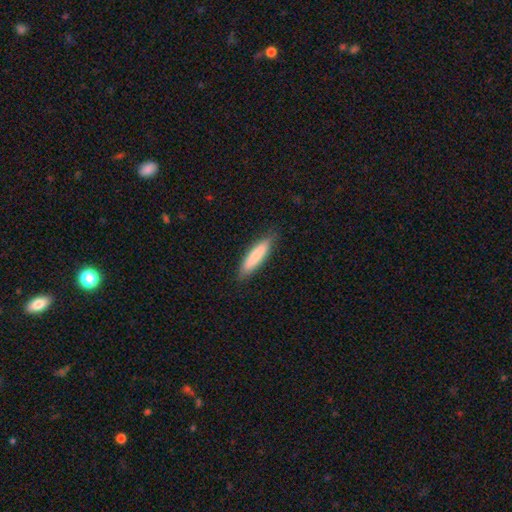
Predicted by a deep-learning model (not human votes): This appears to be a smooth galaxy with no disk features (81%) that is cigar-shaped (81%). Merging: none (87%).